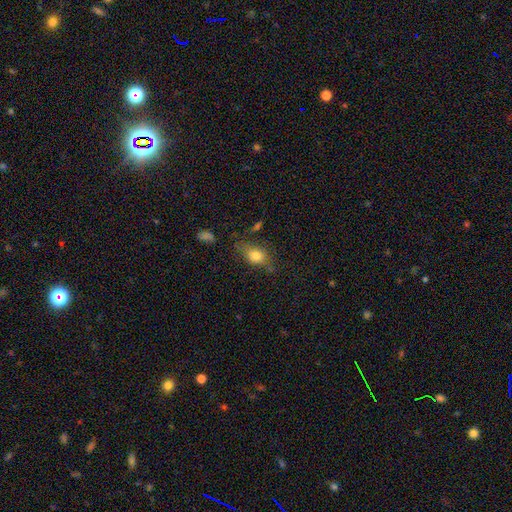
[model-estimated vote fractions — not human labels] Overall: smooth (78%). How rounded: in between (69%). Merging: none (59%; minor disturbance 26%).